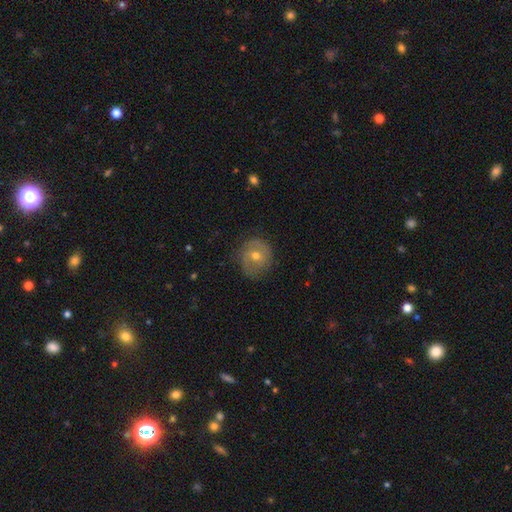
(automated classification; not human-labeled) smooth-or-featured: featured or disk: 49% | smooth: 41% | star or artifact: 10%
  merging: none: 74% | minor disturbance: 18% | major disturbance: 6% | merger: 1%